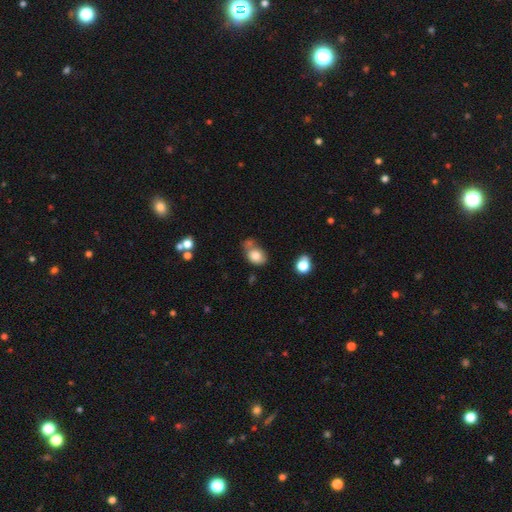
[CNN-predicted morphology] smooth-or-featured: smooth: 80% | featured or disk: 10% | star or artifact: 10%
  how-rounded: in between: 63% | round: 36% | cigar-shaped: 1%
  merging: none: 47% | merger: 23% | minor disturbance: 22% | major disturbance: 8%